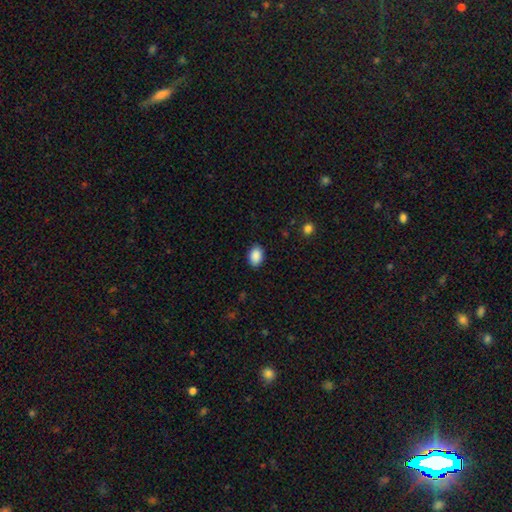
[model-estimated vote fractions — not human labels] Smooth or featured? smooth (90%)
How rounded? in between (82%)
Merging? none (87%)